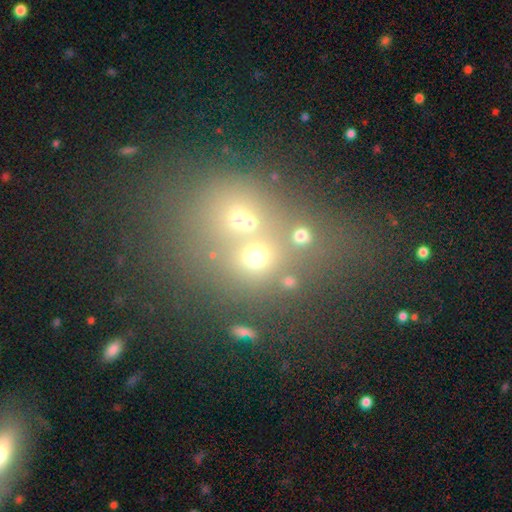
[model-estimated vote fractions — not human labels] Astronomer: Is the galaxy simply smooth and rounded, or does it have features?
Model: smooth — 48% (runner-up: star or artifact, 33%).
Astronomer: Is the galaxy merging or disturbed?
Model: merger — 43% (runner-up: none, 42%).